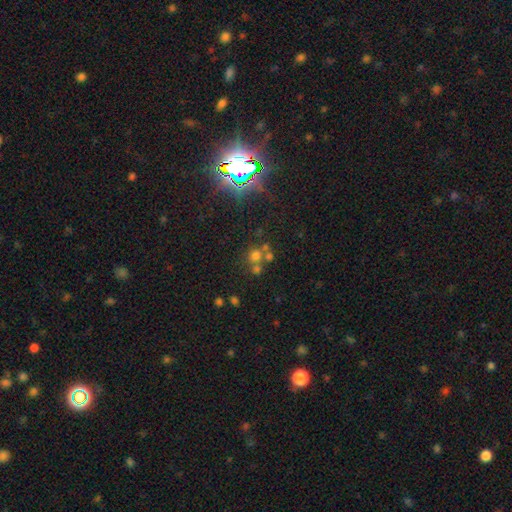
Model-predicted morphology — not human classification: Overall: smooth (57%; star or artifact 29%). How rounded: round (86%). Merging: none (52%; merger 34%).